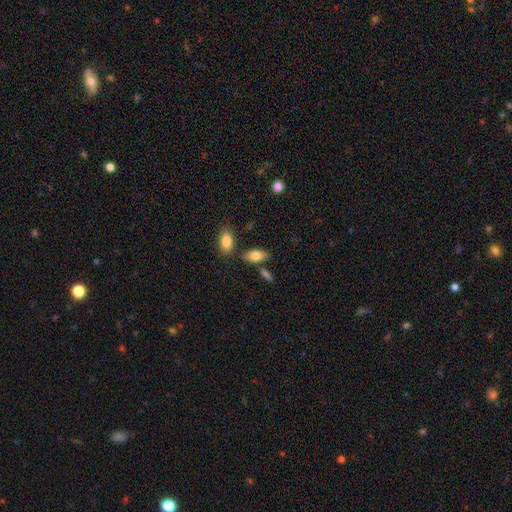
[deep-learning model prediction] Smooth or featured: smooth — 79% (featured or disk — 14%)
How rounded: in between — 89% (cigar-shaped — 8%)
Merging: none — 76% (minor disturbance — 11%)